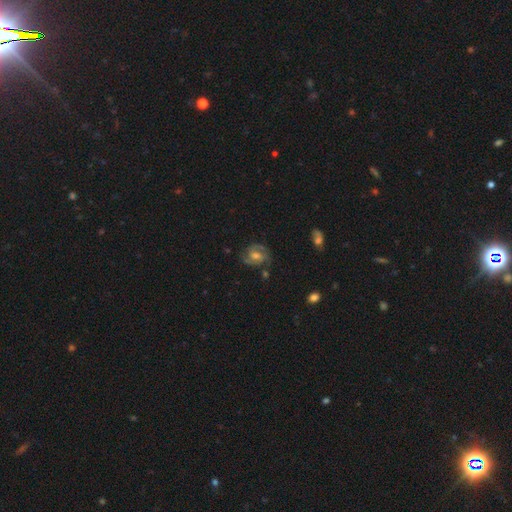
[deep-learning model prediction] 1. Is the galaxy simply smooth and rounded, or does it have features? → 77% featured or disk, 14% smooth, 9% star or artifact.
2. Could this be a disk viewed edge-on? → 97% no, 3% yes.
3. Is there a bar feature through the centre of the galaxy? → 50% weak, 36% no, 14% strong.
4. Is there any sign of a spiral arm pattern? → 95% yes, 5% no.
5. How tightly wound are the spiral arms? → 51% medium, 37% tight, 12% loose.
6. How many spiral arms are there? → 75% 2, 10% 3, 9% can't tell, 2% 1, 2% 4, 2% more than 4.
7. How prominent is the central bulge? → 55% moderate, 26% small, 12% large, 5% none, 1% dominant.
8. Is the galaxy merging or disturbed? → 74% none, 16% minor disturbance, 7% major disturbance, 3% merger.